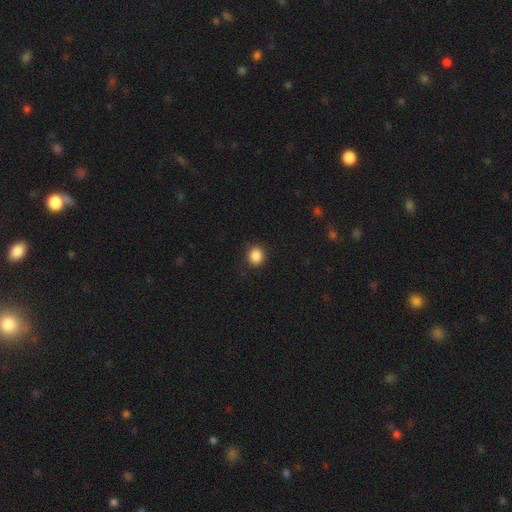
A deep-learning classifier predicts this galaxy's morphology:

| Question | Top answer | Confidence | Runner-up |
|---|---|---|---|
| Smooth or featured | smooth | 87% | star or artifact (10%) |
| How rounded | round | 79% | in between (20%) |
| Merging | none | 87% | minor disturbance (10%) |